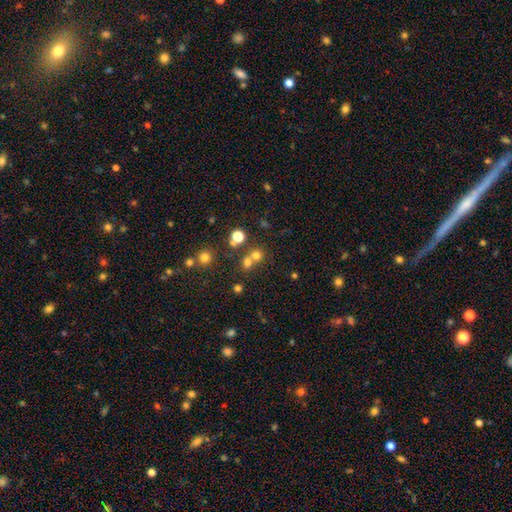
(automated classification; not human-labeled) smooth 67%, star or artifact 23%, featured or disk 10%. Down the decision tree: how rounded — round (86%); merging — none (53%).